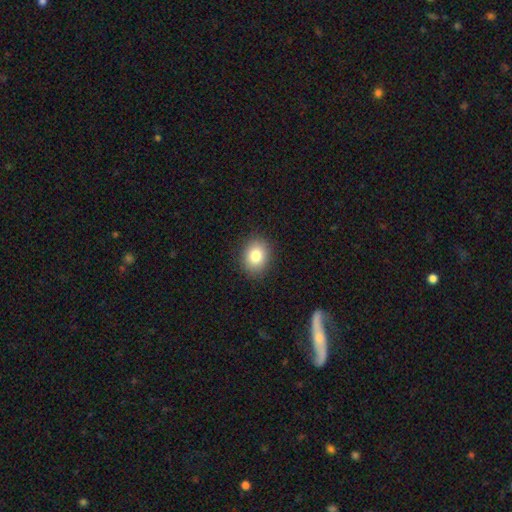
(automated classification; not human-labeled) Smooth or featured? smooth (82%)
How rounded? round (51%)
Merging? none (89%)